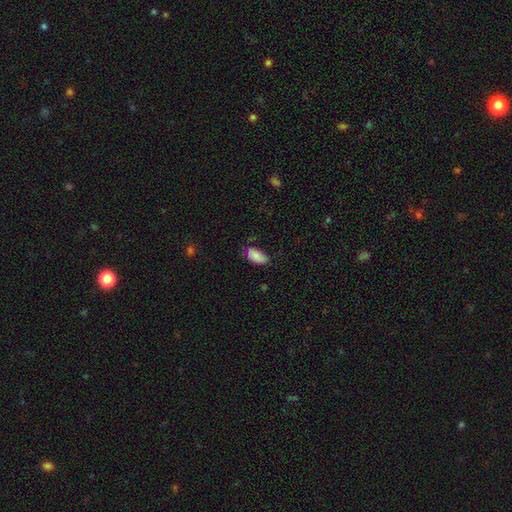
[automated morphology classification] Smooth or featured?
  - smooth: 83% *
  - featured or disk: 10%
  - star or artifact: 7%
How rounded?
  - in between: 93% *
  - cigar-shaped: 4%
  - round: 3%
Merging?
  - none: 64% *
  - minor disturbance: 29%
  - major disturbance: 5%
  - merger: 2%